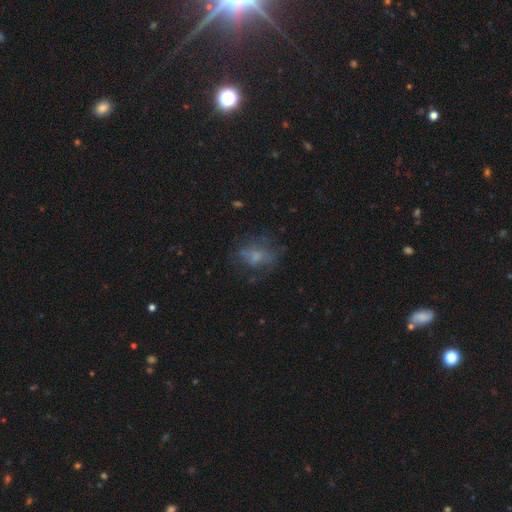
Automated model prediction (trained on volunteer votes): A smooth galaxy with no disk features (48%). Merging: none (52%).